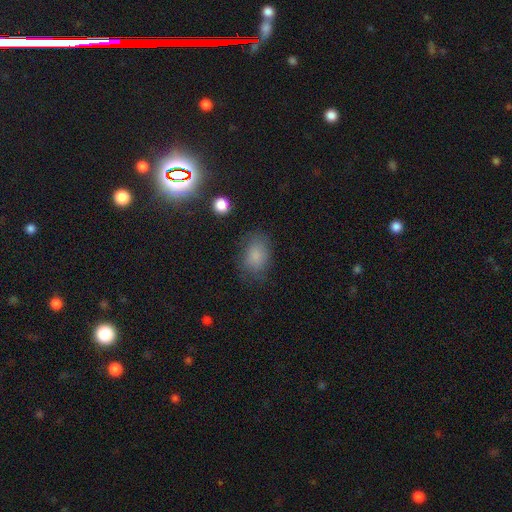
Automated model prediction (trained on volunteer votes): Q: Smooth or featured?
A: smooth (79%); runner-up: star or artifact (12%)
Q: How rounded?
A: in between (75%); runner-up: round (24%)
Q: Merging?
A: none (72%); runner-up: minor disturbance (19%)